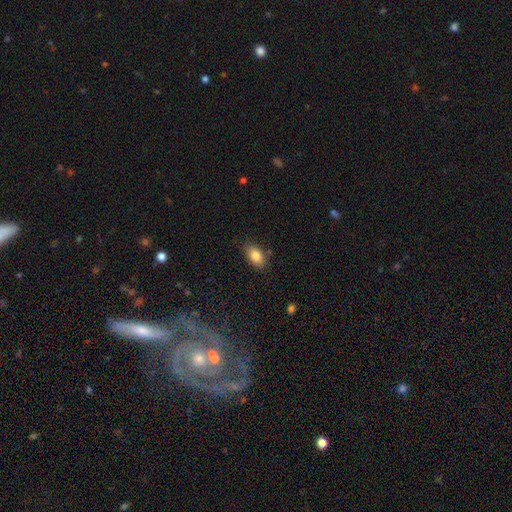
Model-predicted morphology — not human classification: smooth_or_featured: smooth (p=0.85) [alt: star or artifact p=0.08]
how_rounded: in between (p=0.91) [alt: round p=0.07]
merging: none (p=0.81) [alt: minor disturbance p=0.14]